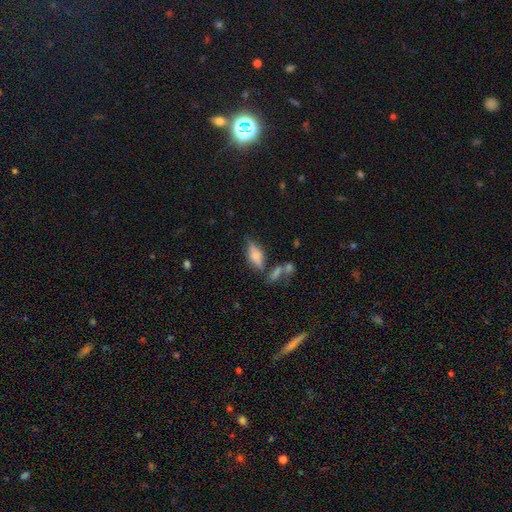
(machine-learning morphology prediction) This is possibly a smooth galaxy (53%). How rounded: likely in between (68%). Merging: possibly none (60%).